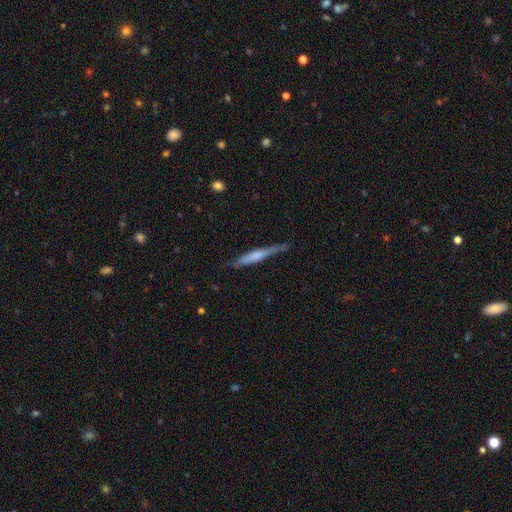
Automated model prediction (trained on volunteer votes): Overall: featured or disk (51%; smooth 44%). Edge-on disk: yes (93%). Merging: none (70%).